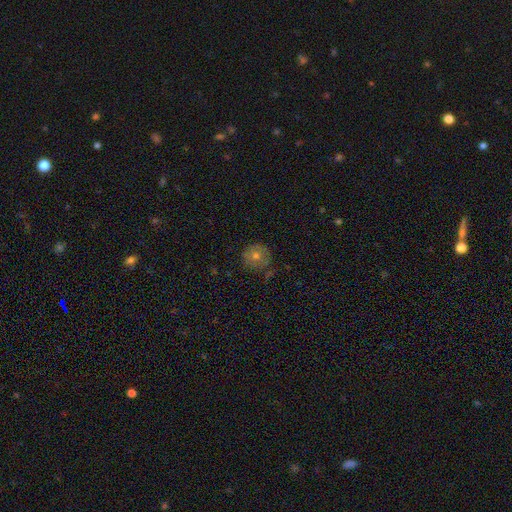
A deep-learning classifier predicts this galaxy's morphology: A smooth galaxy with no disk features (61%) that is round (93%).

Vote fractions:
- Smooth or featured? smooth: 61% / featured or disk: 26% / star or artifact: 13%
- How rounded? round: 93% / in between: 6% / cigar-shaped: 1%
- Merging? none: 74% / minor disturbance: 18% / major disturbance: 5% / merger: 3%